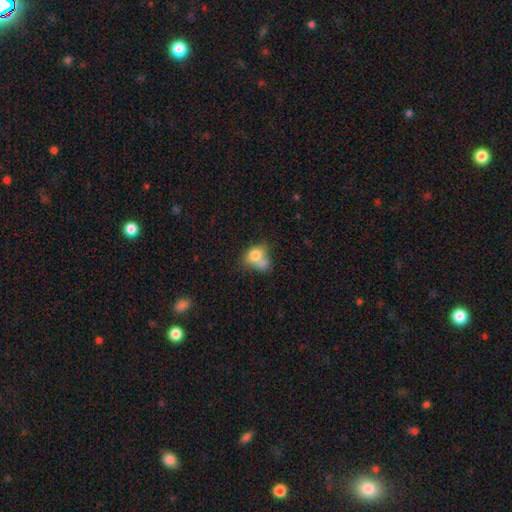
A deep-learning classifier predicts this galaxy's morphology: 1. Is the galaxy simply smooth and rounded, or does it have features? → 74% smooth, 16% featured or disk, 10% star or artifact.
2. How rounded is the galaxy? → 56% in between, 42% round, 2% cigar-shaped.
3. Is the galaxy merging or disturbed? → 43% merger, 28% none, 17% minor disturbance, 12% major disturbance.